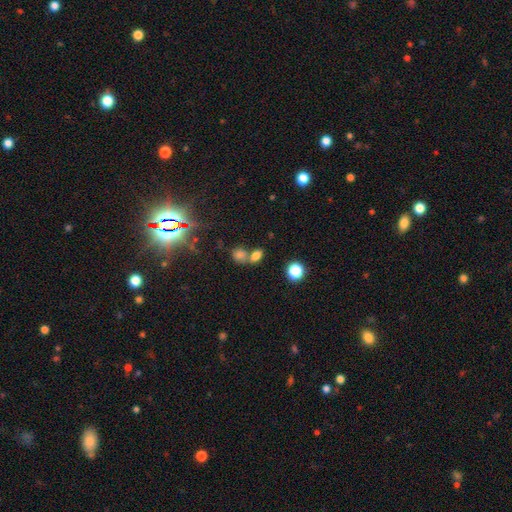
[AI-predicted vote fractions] A smooth galaxy with no disk features (75%) that is in between round and cigar-shaped (71%). Merging: merger (48%).